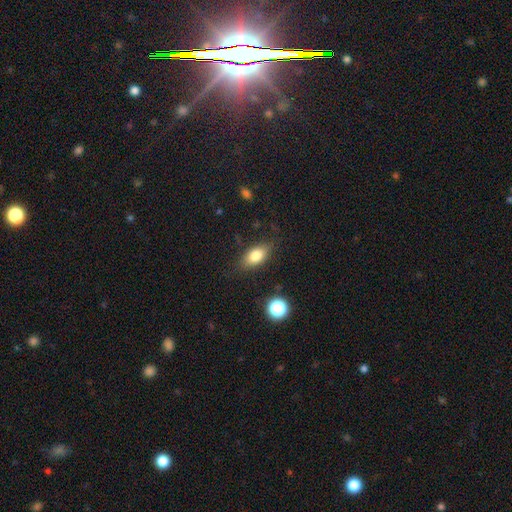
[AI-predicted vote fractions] This appears to be a smooth galaxy with no disk features (78%) that is in between round and cigar-shaped (86%). Merging: none (80%).